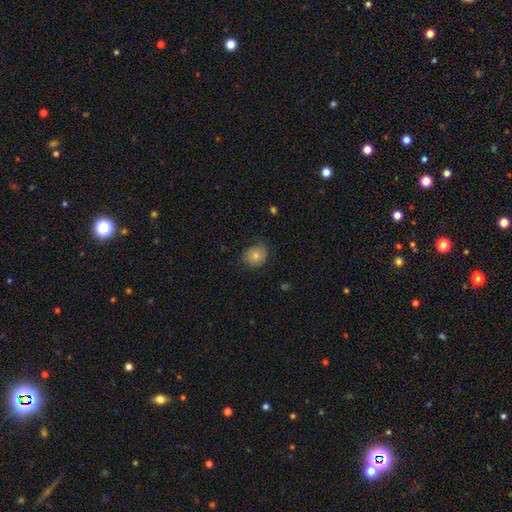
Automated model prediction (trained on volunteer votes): A smooth galaxy with no disk features (77%) that is round (71%). Merging: none (70%).